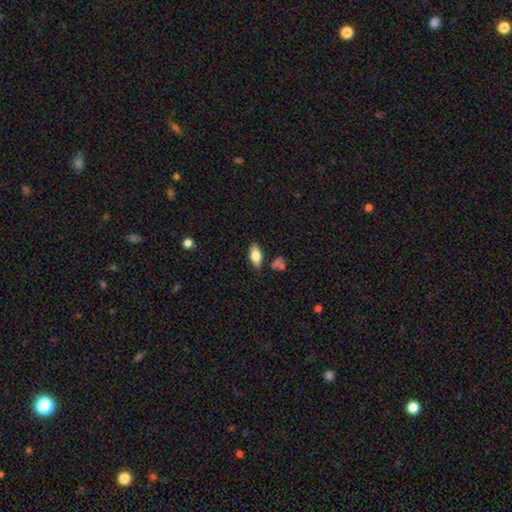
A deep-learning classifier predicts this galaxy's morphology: Q: Smooth or featured?
A: smooth (74%); runner-up: featured or disk (18%)
Q: How rounded?
A: in between (85%); runner-up: cigar-shaped (11%)
Q: Merging?
A: none (78%); runner-up: minor disturbance (14%)